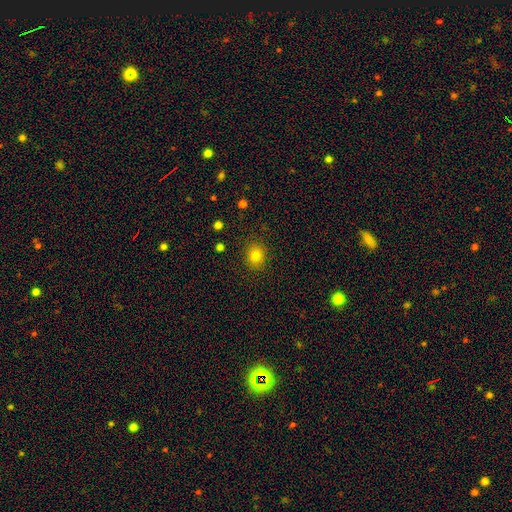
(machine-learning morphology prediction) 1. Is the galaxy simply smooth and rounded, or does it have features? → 81% smooth, 12% star or artifact, 7% featured or disk.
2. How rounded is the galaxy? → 69% round, 30% in between, 1% cigar-shaped.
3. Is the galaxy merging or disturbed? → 88% none, 9% minor disturbance, 3% major disturbance, 1% merger.